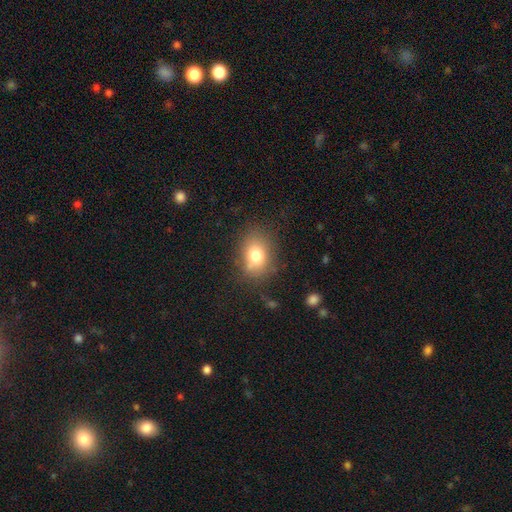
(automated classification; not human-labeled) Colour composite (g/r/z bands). It shows a smooth galaxy with no disk features (76%) that is in between round and cigar-shaped (62%). Merging: none (72%).